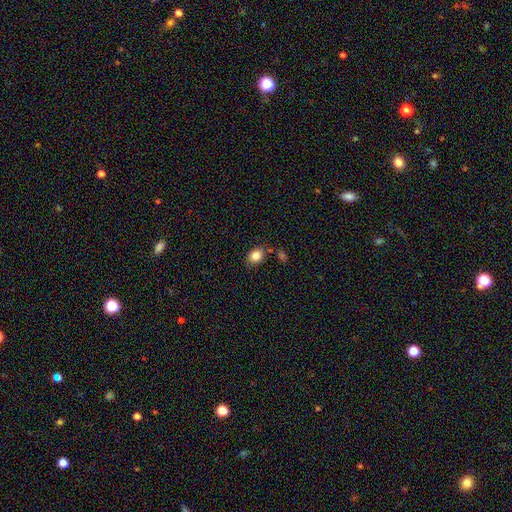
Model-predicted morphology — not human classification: smooth_or_featured: smooth (p=0.84) [alt: star or artifact p=0.10]
how_rounded: in between (p=0.52) [alt: round p=0.47]
merging: none (p=0.75) [alt: minor disturbance p=0.15]